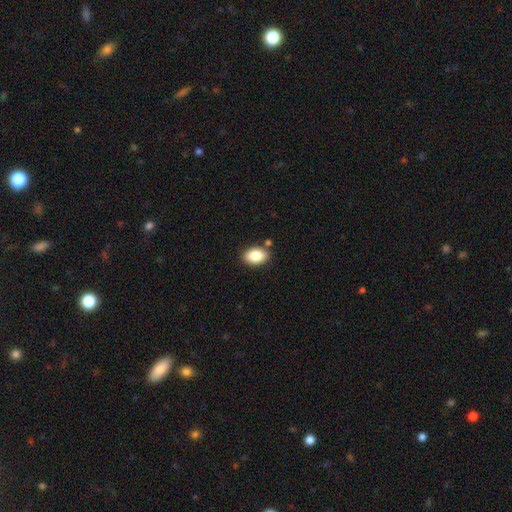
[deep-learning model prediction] Smooth or featured: smooth — 85% (star or artifact — 8%)
How rounded: in between — 88% (round — 11%)
Merging: none — 84% (minor disturbance — 10%)